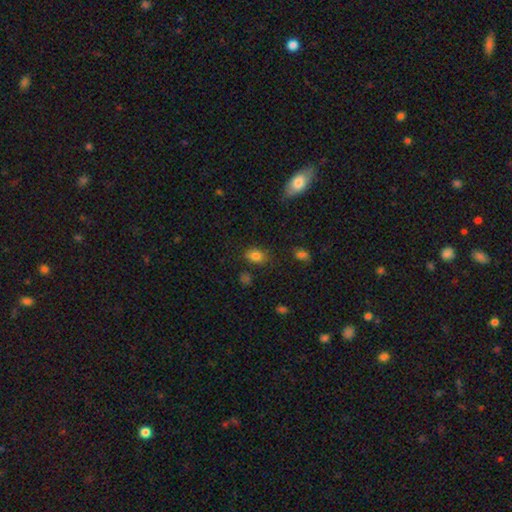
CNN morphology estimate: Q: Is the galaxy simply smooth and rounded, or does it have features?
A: smooth — 81%.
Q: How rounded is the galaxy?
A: in between — 74%.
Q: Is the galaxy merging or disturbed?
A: none — 76%.